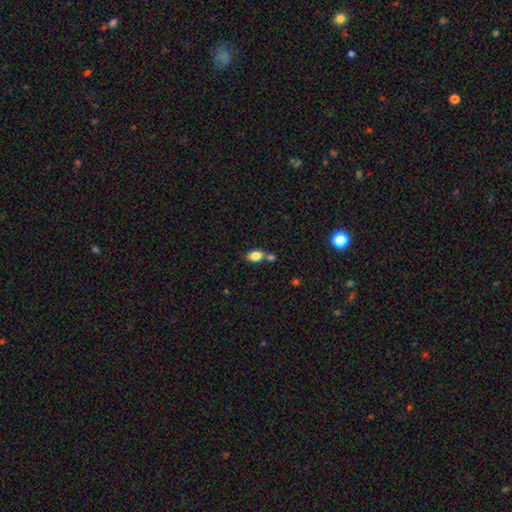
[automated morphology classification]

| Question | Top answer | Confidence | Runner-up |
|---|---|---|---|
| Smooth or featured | smooth | 82% | star or artifact (9%) |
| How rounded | in between | 83% | round (15%) |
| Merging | none | 56% | merger (27%) |